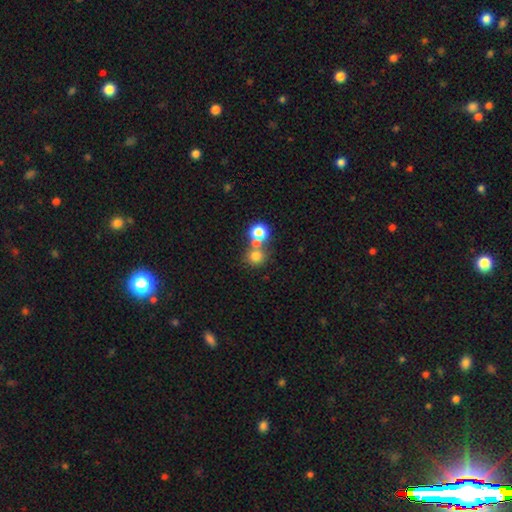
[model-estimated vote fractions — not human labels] Q: Smooth or featured?
A: smooth (72%); runner-up: star or artifact (17%)
Q: How rounded?
A: round (86%); runner-up: in between (13%)
Q: Merging?
A: none (53%); runner-up: merger (36%)